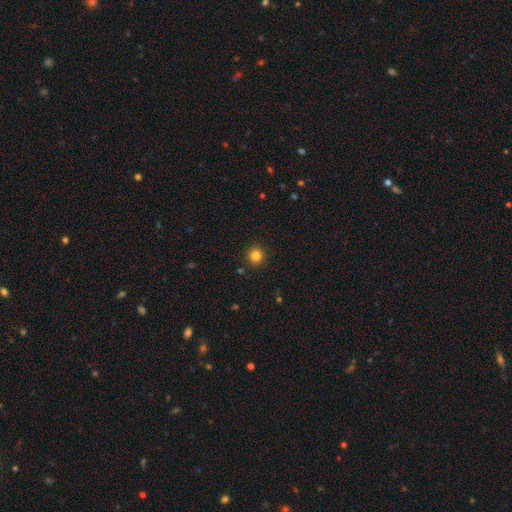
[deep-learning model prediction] This is clearly a smooth galaxy (83%). How rounded: clearly round (93%). Merging: clearly none (92%).